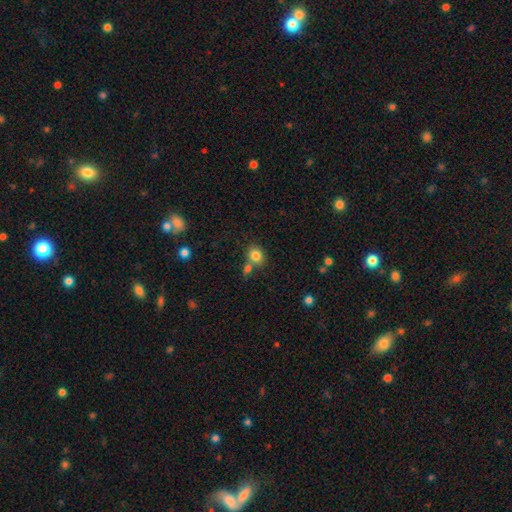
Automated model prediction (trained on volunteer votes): Smooth or featured: smooth — 82% (star or artifact — 11%)
How rounded: round — 62% (in between — 36%)
Merging: none — 58% (merger — 27%)